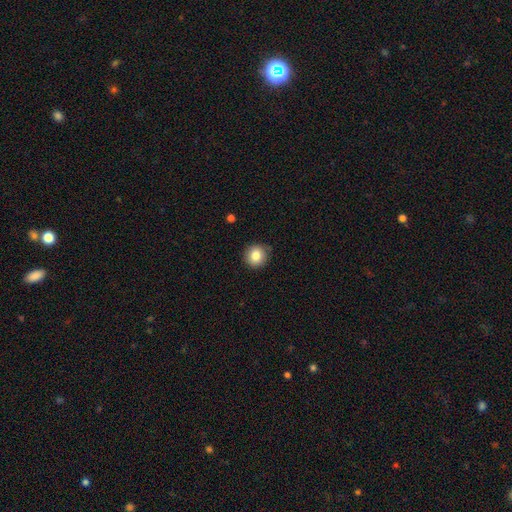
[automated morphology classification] smooth-or-featured: smooth: 83% | star or artifact: 10% | featured or disk: 7%
  how-rounded: round: 93% | in between: 6% | cigar-shaped: 1%
  merging: none: 88% | minor disturbance: 9% | major disturbance: 2% | merger: 1%